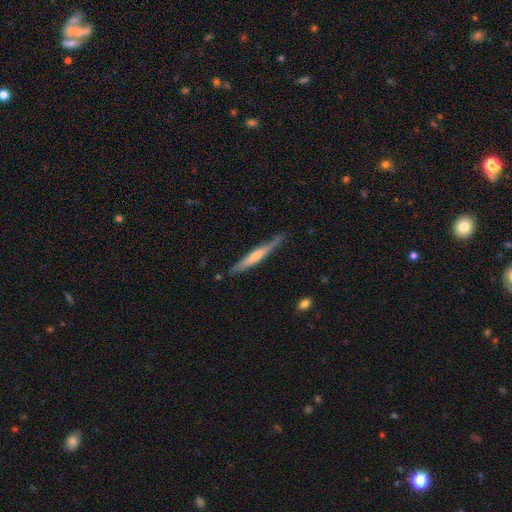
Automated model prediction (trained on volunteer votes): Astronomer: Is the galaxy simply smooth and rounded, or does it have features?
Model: featured or disk — 61%.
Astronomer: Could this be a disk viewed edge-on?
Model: yes — 95%.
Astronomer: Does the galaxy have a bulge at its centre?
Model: rounded — 66%.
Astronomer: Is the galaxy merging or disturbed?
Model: none — 78%.